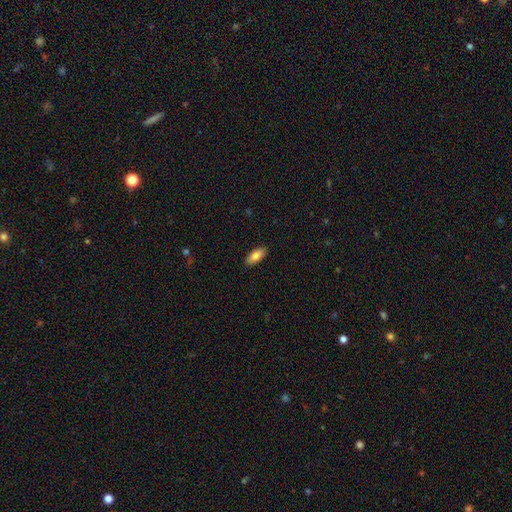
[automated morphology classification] Overall: smooth (81%). How rounded: in between (84%). Merging: none (90%).